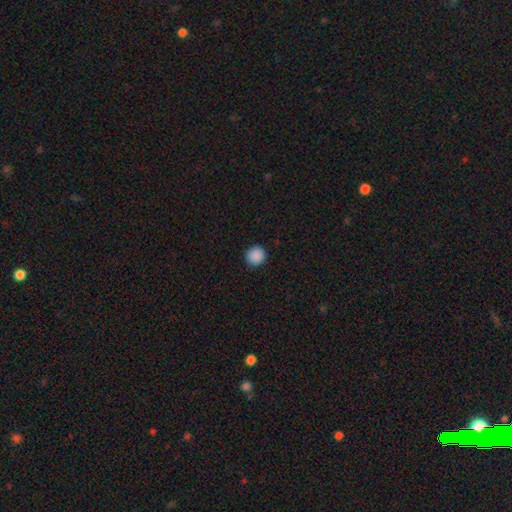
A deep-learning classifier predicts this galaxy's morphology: A smooth galaxy with no disk features (89%) that is round (95%).

Vote fractions:
- Smooth or featured? smooth: 89% / star or artifact: 9% / featured or disk: 2%
- How rounded? round: 95% / in between: 4% / cigar-shaped: 1%
- Merging? none: 92% / minor disturbance: 5% / major disturbance: 2% / merger: 1%